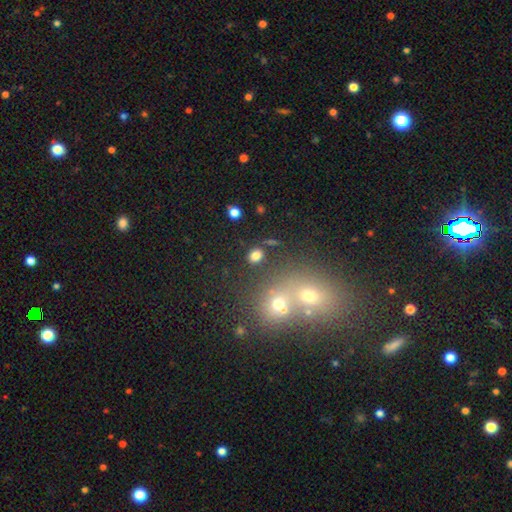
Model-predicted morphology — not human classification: Q: Smooth or featured?
A: smooth (78%); runner-up: star or artifact (15%)
Q: How rounded?
A: in between (54%); runner-up: round (44%)
Q: Merging?
A: none (80%); runner-up: minor disturbance (10%)